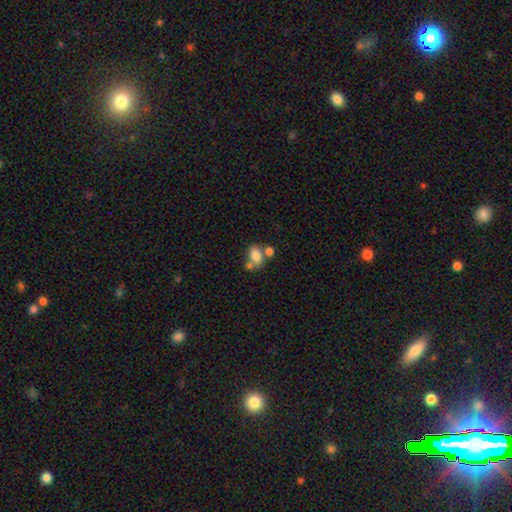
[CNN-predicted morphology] The model was most divided on "merging": none: 42%, merger: 39%, minor disturbance: 13%, major disturbance: 6%. More confident: how rounded — in between (81%); smooth or featured — smooth (80%).